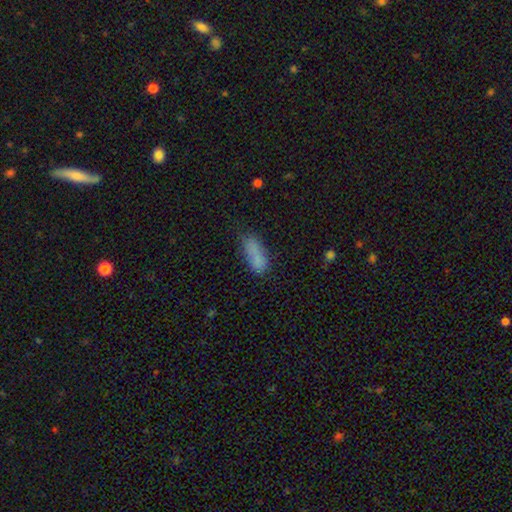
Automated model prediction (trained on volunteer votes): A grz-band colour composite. It shows a smooth galaxy with no disk features (81%) that is in between round and cigar-shaped (61%). Merging: none (56%).